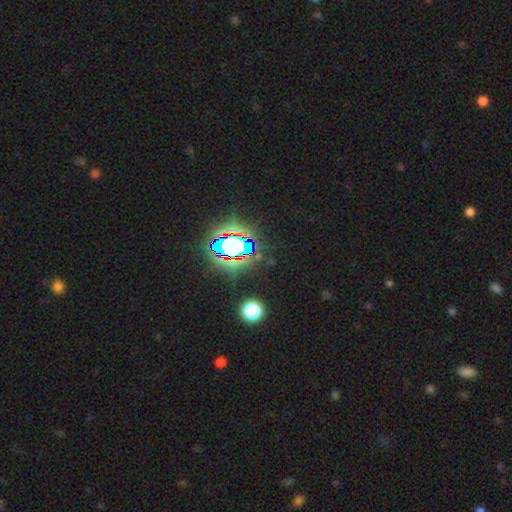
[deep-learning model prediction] Smooth or featured: star or artifact — 72% (smooth — 18%)